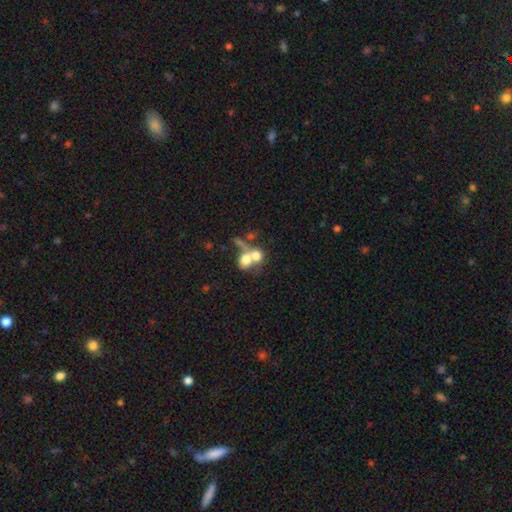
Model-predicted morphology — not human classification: Smooth or featured?
  - smooth: 66% *
  - featured or disk: 22%
  - star or artifact: 12%
How rounded?
  - round: 59% *
  - in between: 39%
  - cigar-shaped: 2%
Merging?
  - merger: 66% *
  - none: 20%
  - major disturbance: 8%
  - minor disturbance: 6%